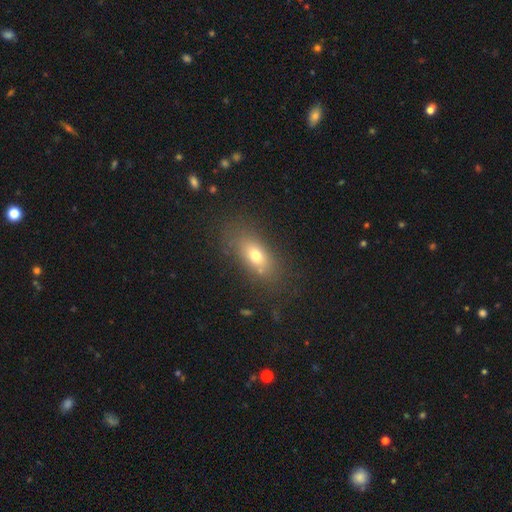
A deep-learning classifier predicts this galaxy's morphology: Smooth or featured? Predicted: smooth (p=0.69). How rounded? Predicted: in between (p=0.79). Merging? Predicted: none (p=0.76).